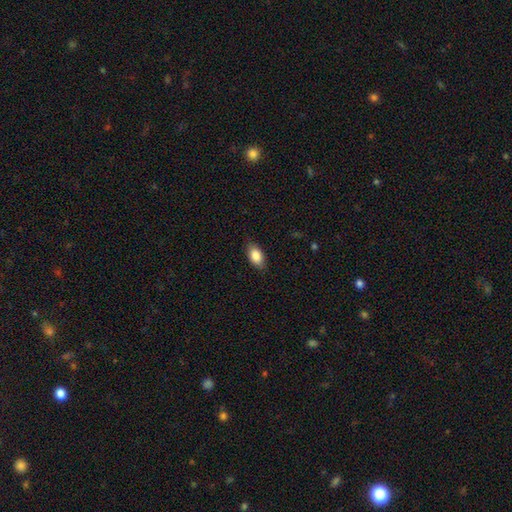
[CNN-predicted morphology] smooth-or-featured: smooth: 85% | featured or disk: 7% | star or artifact: 7%
  how-rounded: in between: 90% | round: 6% | cigar-shaped: 4%
  merging: none: 84% | minor disturbance: 12% | major disturbance: 3% | merger: 1%